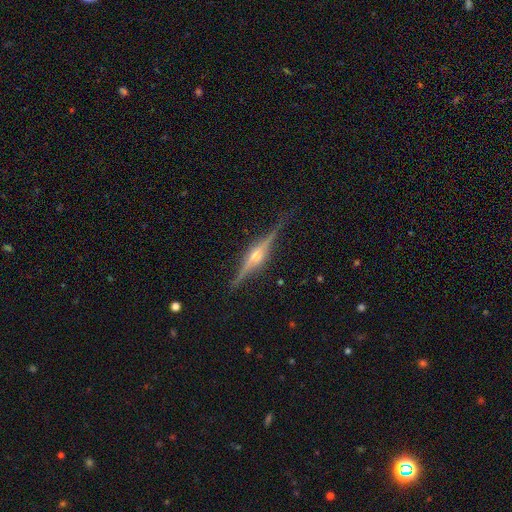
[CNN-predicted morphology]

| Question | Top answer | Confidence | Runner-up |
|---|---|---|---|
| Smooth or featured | featured or disk | 86% | smooth (8%) |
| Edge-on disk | yes | 98% | no (2%) |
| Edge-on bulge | rounded | 86% | boxy (11%) |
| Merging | none | 87% | minor disturbance (9%) |